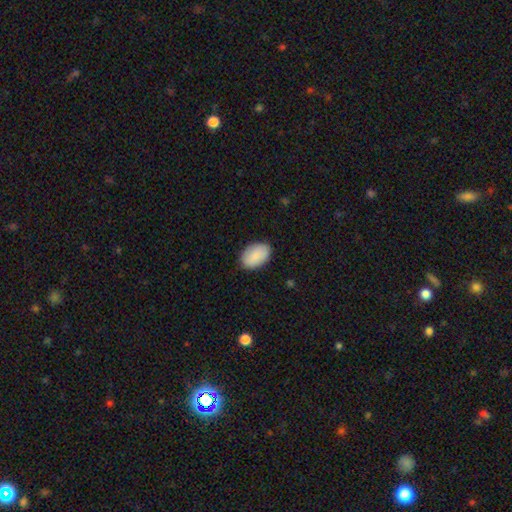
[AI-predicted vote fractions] Smooth or featured? smooth (88%)
How rounded? in between (91%)
Merging? none (85%)